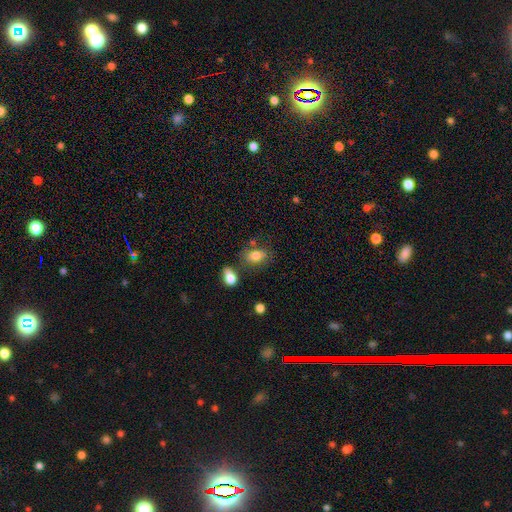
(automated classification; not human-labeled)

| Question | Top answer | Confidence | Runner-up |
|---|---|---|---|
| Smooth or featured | smooth | 80% | featured or disk (11%) |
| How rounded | in between | 81% | round (18%) |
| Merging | none | 66% | minor disturbance (16%) |